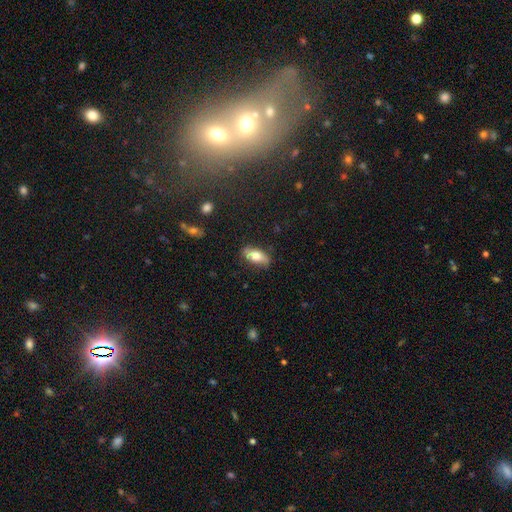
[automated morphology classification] Q: Smooth or featured?
A: smooth (70%); runner-up: featured or disk (23%)
Q: How rounded?
A: in between (78%); runner-up: cigar-shaped (19%)
Q: Merging?
A: none (83%); runner-up: minor disturbance (13%)